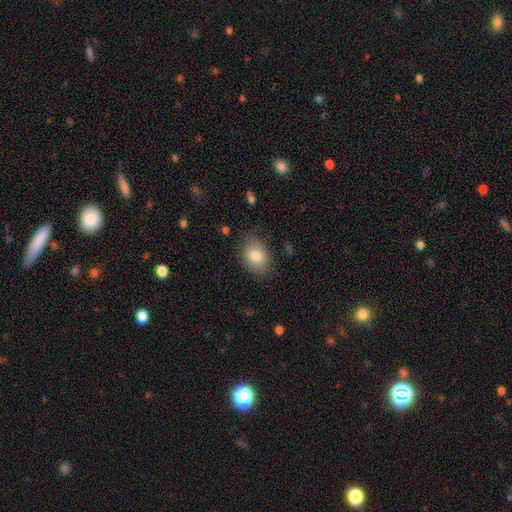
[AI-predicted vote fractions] smooth-or-featured: smooth: 82% | featured or disk: 10% | star or artifact: 8%
  how-rounded: in between: 72% | round: 27% | cigar-shaped: 1%
  merging: none: 80% | minor disturbance: 15% | major disturbance: 4% | merger: 1%